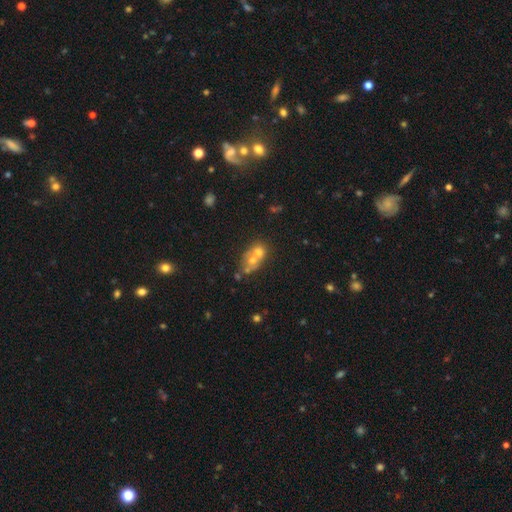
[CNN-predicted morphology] Smooth or featured?
  - smooth: 56% *
  - featured or disk: 30%
  - star or artifact: 14%
How rounded?
  - round: 58% *
  - in between: 40%
  - cigar-shaped: 2%
Merging?
  - merger: 63% *
  - none: 26%
  - minor disturbance: 7%
  - major disturbance: 4%